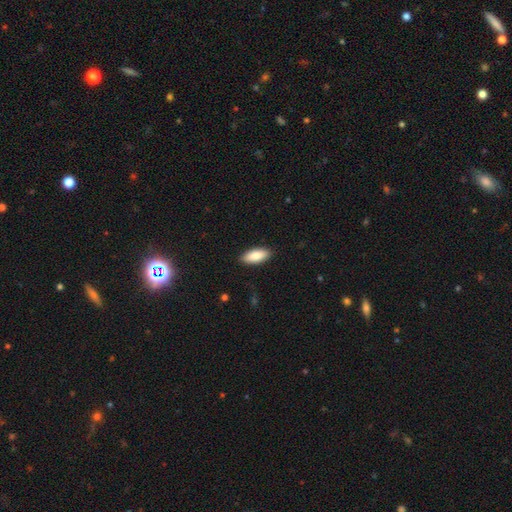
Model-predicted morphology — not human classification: Smooth or featured?
  - smooth: 86% *
  - featured or disk: 8%
  - star or artifact: 6%
How rounded?
  - in between: 85% *
  - cigar-shaped: 13%
  - round: 2%
Merging?
  - none: 89% *
  - minor disturbance: 8%
  - major disturbance: 2%
  - merger: 1%